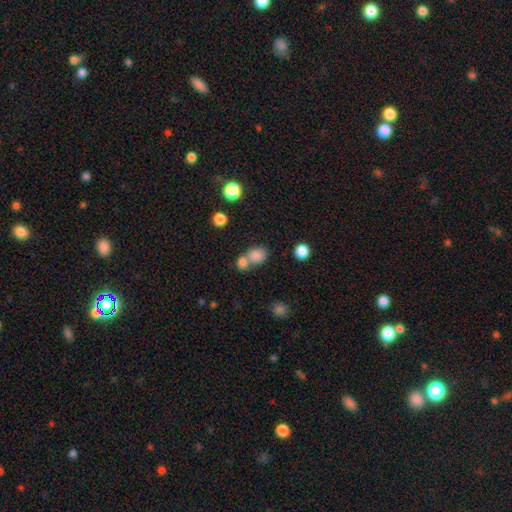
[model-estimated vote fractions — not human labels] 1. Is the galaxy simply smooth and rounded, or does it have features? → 81% smooth, 11% star or artifact, 7% featured or disk.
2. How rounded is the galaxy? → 56% in between, 43% round, 1% cigar-shaped.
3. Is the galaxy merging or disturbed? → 49% merger, 39% none, 8% minor disturbance, 4% major disturbance.